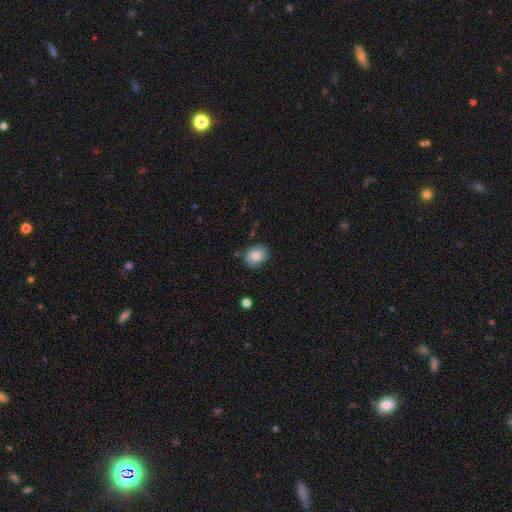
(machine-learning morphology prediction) type=smooth (80%); roundness=in between (58%); merging=none (69%).